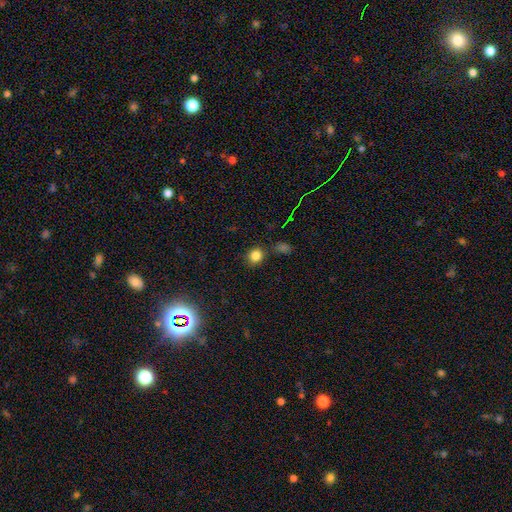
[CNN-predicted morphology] Smooth or featured? smooth (81%)
How rounded? round (72%)
Merging? none (80%)